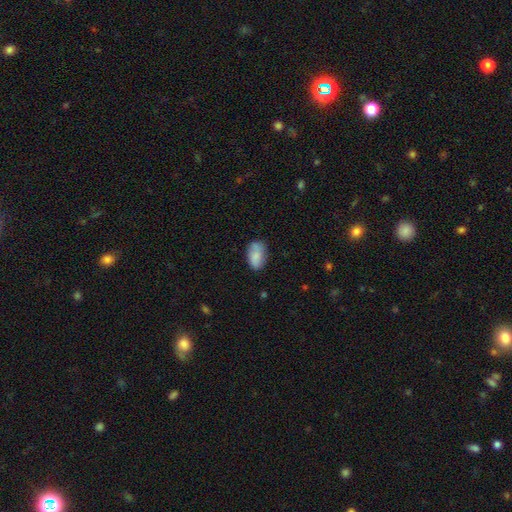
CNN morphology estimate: A smooth galaxy with no disk features (81%) that is in between round and cigar-shaped (91%). Merging: none (67%).